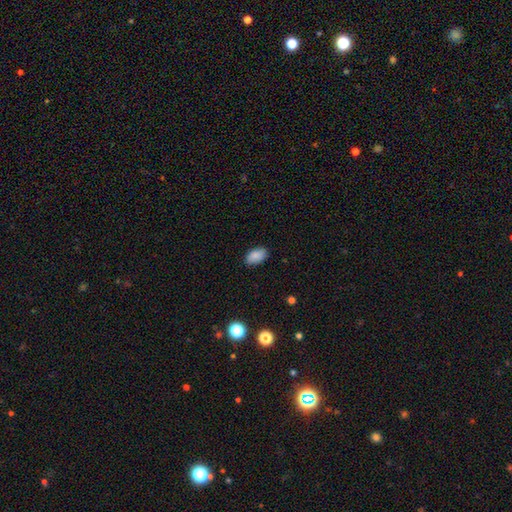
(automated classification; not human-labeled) The model was most divided on "merging": none: 85%, minor disturbance: 11%, major disturbance: 2%, merger: 1%. More confident: how rounded — in between (93%); smooth or featured — smooth (87%).